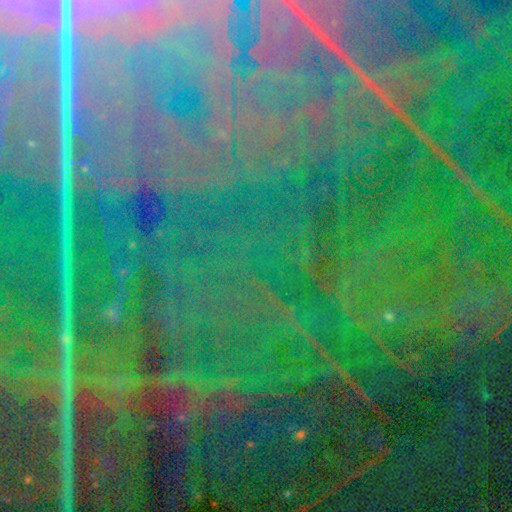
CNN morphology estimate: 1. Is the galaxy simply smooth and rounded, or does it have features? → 87% star or artifact, 7% featured or disk, 6% smooth.